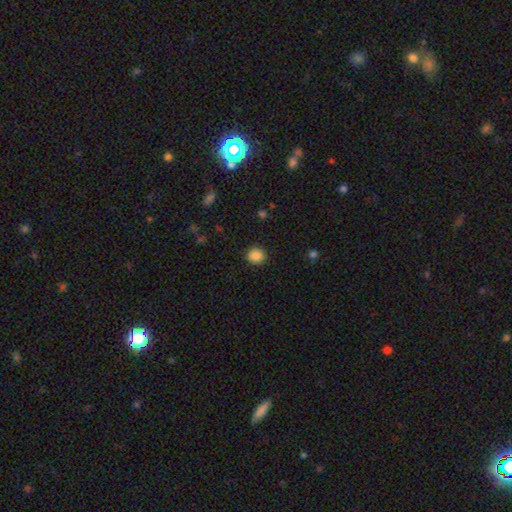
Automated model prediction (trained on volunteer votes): Smooth or featured? smooth (87%)
How rounded? round (83%)
Merging? none (90%)